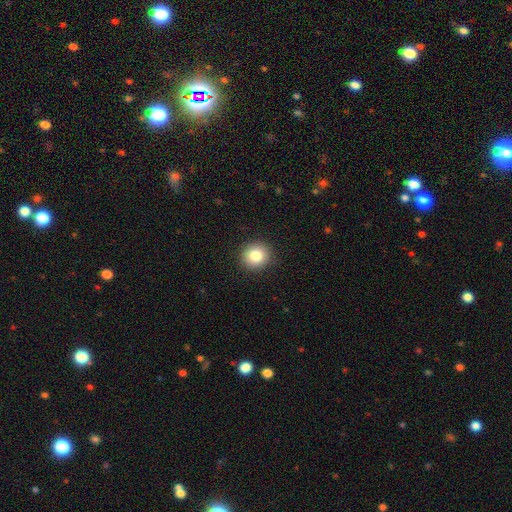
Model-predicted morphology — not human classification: Smooth or featured? Predicted: smooth (p=0.83). How rounded? Predicted: round (p=0.89). Merging? Predicted: none (p=0.91).